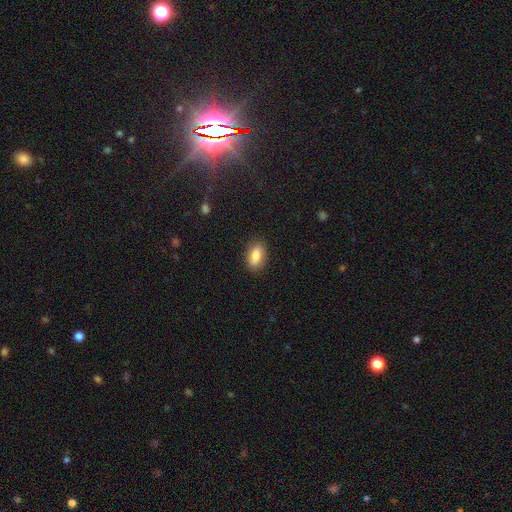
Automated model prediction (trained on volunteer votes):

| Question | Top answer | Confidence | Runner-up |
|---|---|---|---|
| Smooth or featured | smooth | 85% | featured or disk (8%) |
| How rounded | in between | 89% | cigar-shaped (6%) |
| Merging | none | 85% | minor disturbance (11%) |